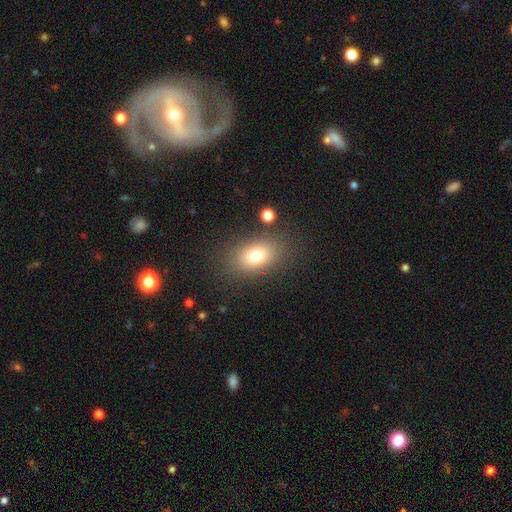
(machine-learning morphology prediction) Overall: smooth (77%). How rounded: in between (82%). Merging: none (81%).